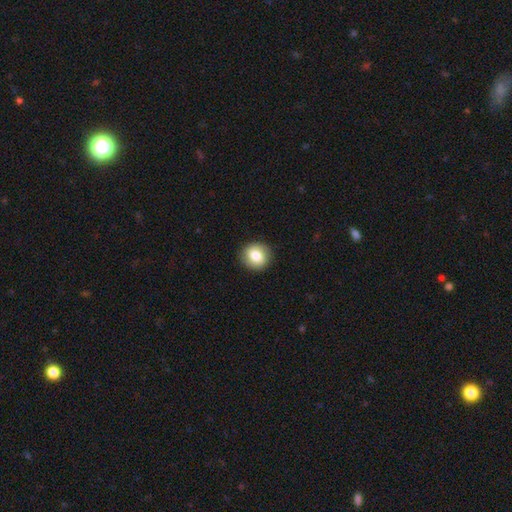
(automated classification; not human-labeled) Overall: smooth (79%). How rounded: round (84%). Merging: none (89%).